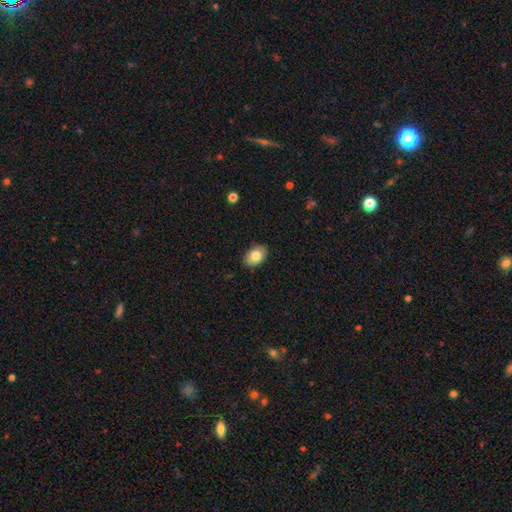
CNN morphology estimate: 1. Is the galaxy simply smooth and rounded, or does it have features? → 83% smooth, 10% featured or disk, 8% star or artifact.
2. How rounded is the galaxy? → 84% in between, 15% round, 1% cigar-shaped.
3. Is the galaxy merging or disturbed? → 86% none, 11% minor disturbance, 2% major disturbance, 1% merger.